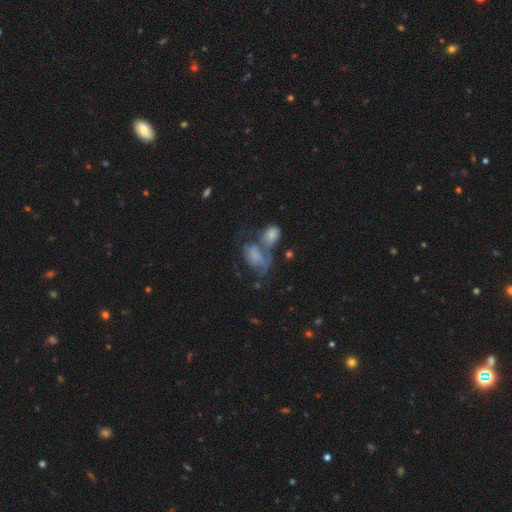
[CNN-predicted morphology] A smooth galaxy with no disk features (47%). Merging: merger (46%).